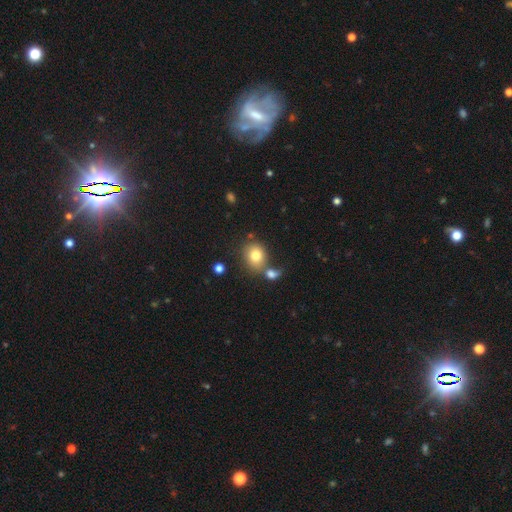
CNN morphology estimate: Smooth or featured: smooth — 78% (featured or disk — 11%)
How rounded: round — 68% (in between — 31%)
Merging: none — 59% (merger — 24%)